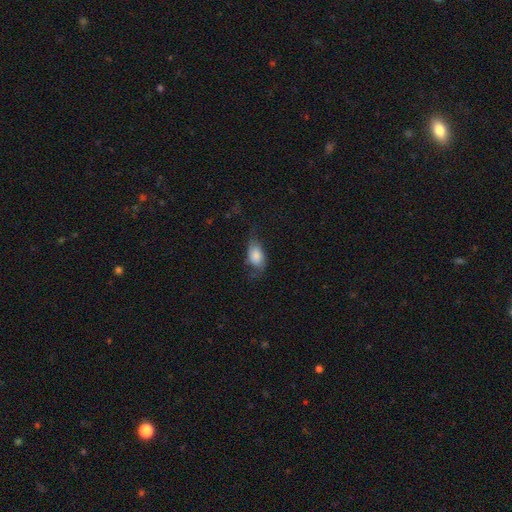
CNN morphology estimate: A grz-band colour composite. It shows a smooth galaxy with no disk features (67%) that is in between round and cigar-shaped (90%). Merging: none (45%).